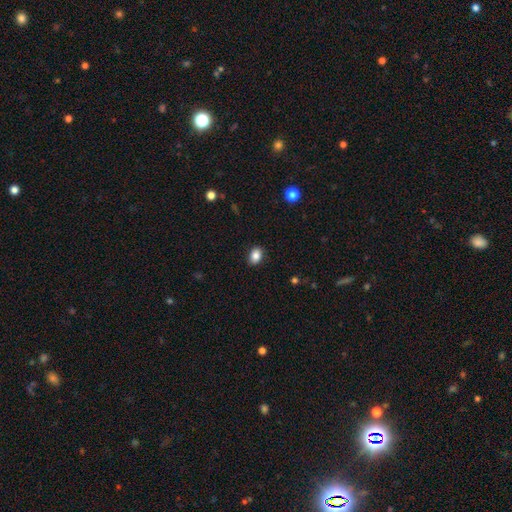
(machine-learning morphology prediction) A smooth galaxy with no disk features (86%) that is in between round and cigar-shaped (78%). Merging: none (87%).